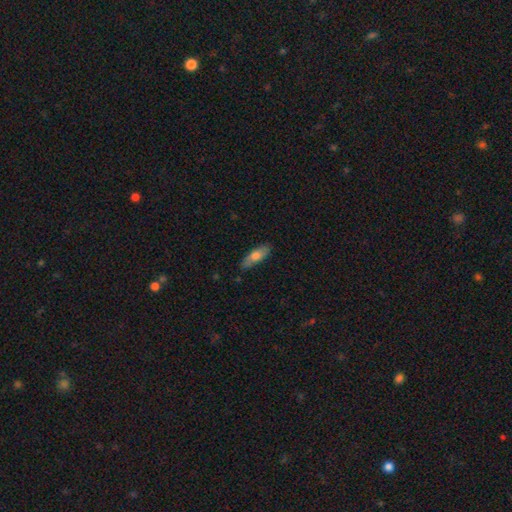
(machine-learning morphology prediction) This is likely a smooth galaxy (70%). How rounded: likely in between (61%). Merging: clearly none (82%).